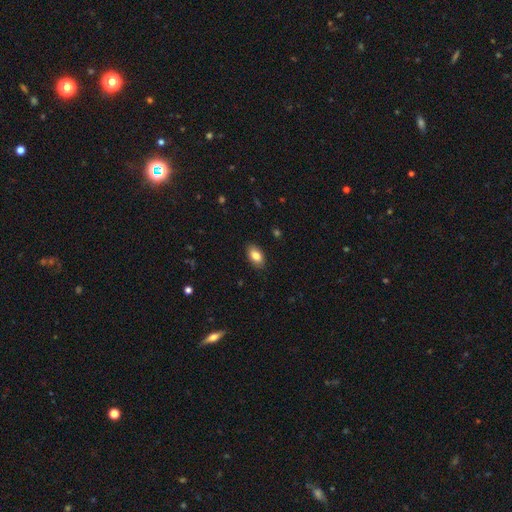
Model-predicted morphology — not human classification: The model was most divided on "smooth or featured": smooth: 83%, featured or disk: 9%, star or artifact: 7%. More confident: how rounded — in between (93%); merging — none (88%).